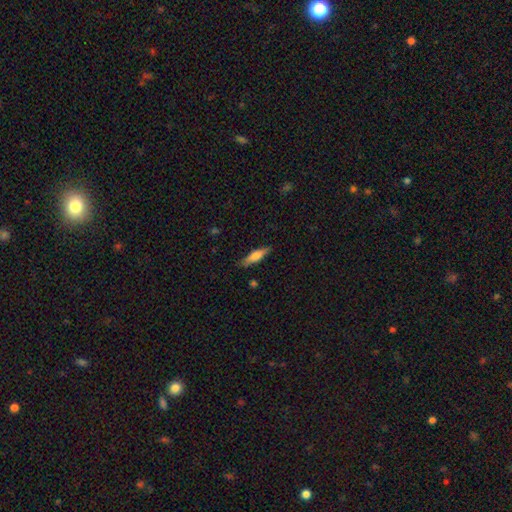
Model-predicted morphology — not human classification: Overall: smooth (58%; featured or disk 36%). How rounded: cigar-shaped (73%). Merging: none (86%).